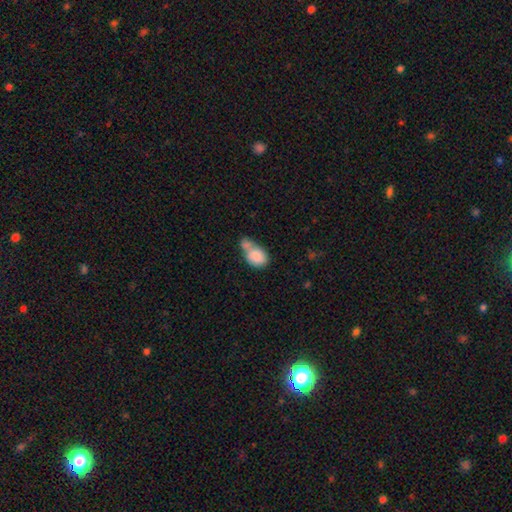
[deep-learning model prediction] Q: Smooth or featured?
A: smooth (80%); runner-up: featured or disk (12%)
Q: How rounded?
A: in between (72%); runner-up: round (26%)
Q: Merging?
A: merger (56%); runner-up: none (22%)